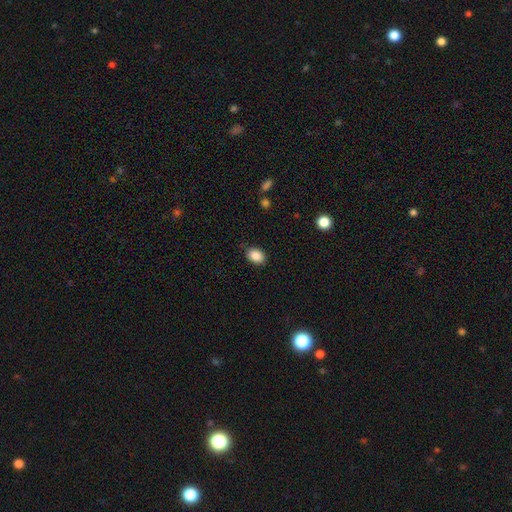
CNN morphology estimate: Smooth or featured? smooth (88%)
How rounded? in between (77%)
Merging? none (84%)